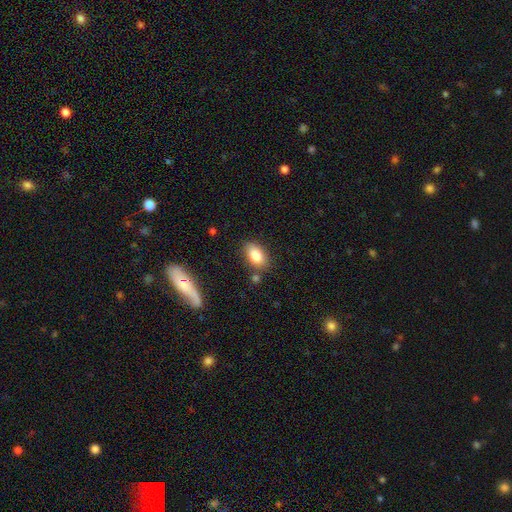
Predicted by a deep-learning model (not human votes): Overall: smooth (83%). How rounded: in between (89%). Merging: none (76%).